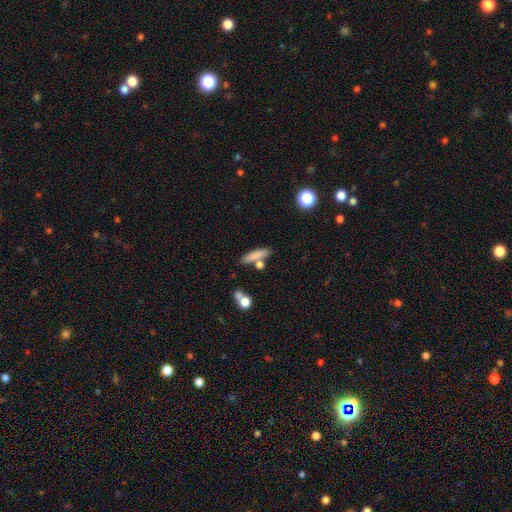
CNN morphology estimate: smooth_or_featured: smooth (p=0.78) [alt: featured or disk p=0.14]
how_rounded: cigar-shaped (p=0.72) [alt: in between p=0.24]
merging: none (p=0.70) [alt: merger p=0.14]